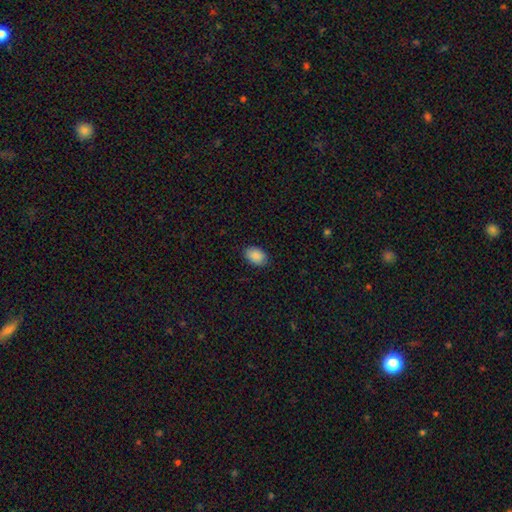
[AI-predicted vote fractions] The model was most divided on "how rounded": in between: 86%, round: 13%, cigar-shaped: 1%. More confident: smooth or featured — smooth (90%); merging — none (86%).